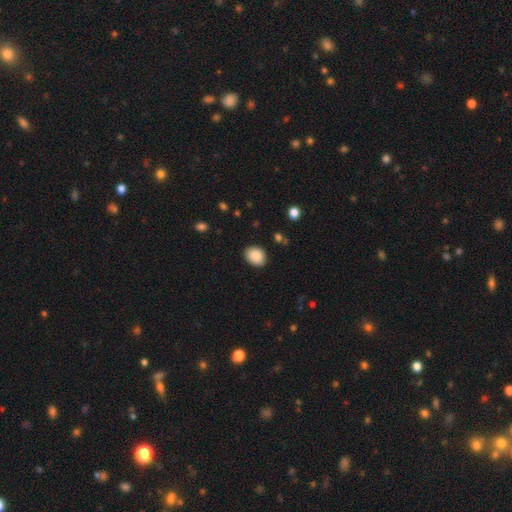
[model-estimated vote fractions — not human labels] This appears to be a smooth galaxy with no disk features (88%) that is in between round and cigar-shaped (54%). Merging: none (88%).